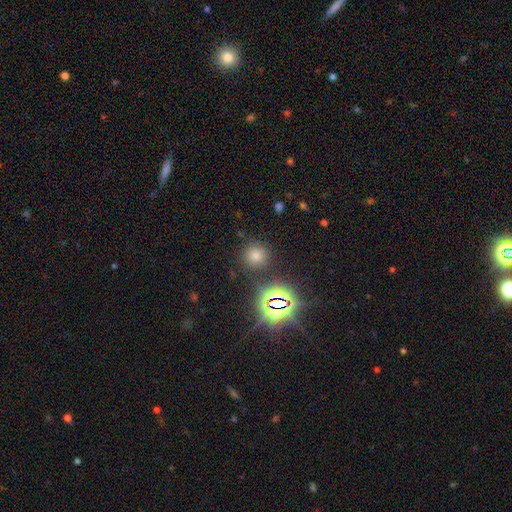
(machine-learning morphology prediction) Smooth or featured?
  - smooth: 67% *
  - star or artifact: 25%
  - featured or disk: 7%
How rounded?
  - round: 92% *
  - in between: 7%
  - cigar-shaped: 1%
Merging?
  - none: 84% *
  - minor disturbance: 8%
  - merger: 4%
  - major disturbance: 4%